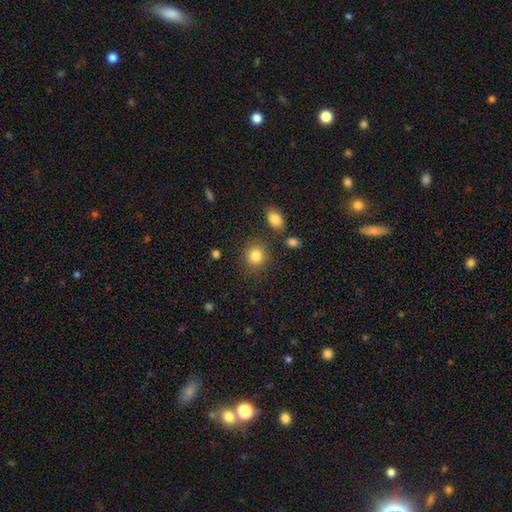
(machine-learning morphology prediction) This appears to be a smooth galaxy with no disk features (84%) that is round (81%). Merging: none (83%).